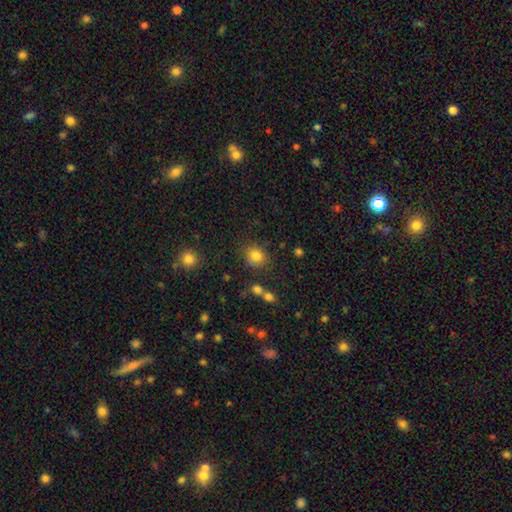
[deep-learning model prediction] Smooth or featured? smooth (83%)
How rounded? round (77%)
Merging? none (78%)